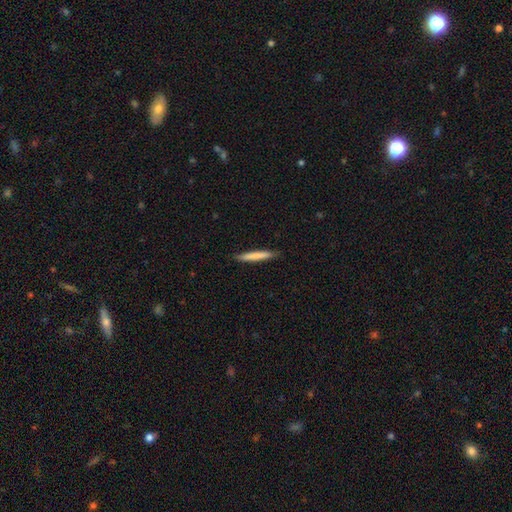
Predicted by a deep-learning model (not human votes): Q: Smooth or featured?
A: smooth (77%); runner-up: featured or disk (18%)
Q: How rounded?
A: cigar-shaped (95%); runner-up: in between (3%)
Q: Merging?
A: none (88%); runner-up: minor disturbance (10%)